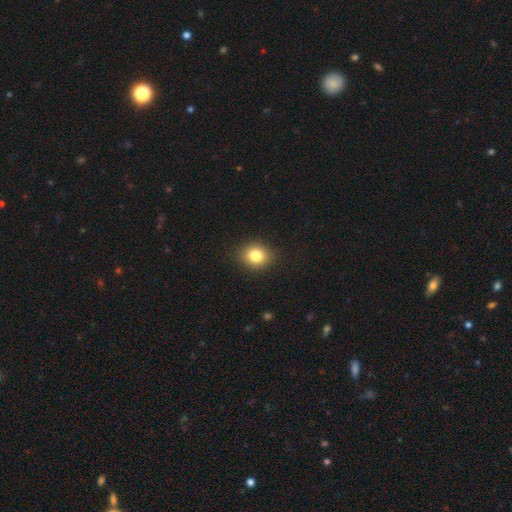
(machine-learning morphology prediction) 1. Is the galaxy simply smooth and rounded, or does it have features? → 81% smooth, 11% star or artifact, 7% featured or disk.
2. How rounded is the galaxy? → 68% round, 31% in between, 1% cigar-shaped.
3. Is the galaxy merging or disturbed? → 90% none, 7% minor disturbance, 2% major disturbance, 1% merger.